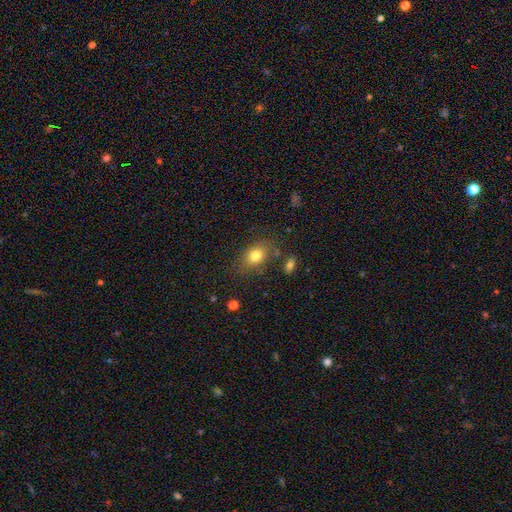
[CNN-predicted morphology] A smooth galaxy with no disk features (78%) that is in between round and cigar-shaped (69%). Merging: none (73%).